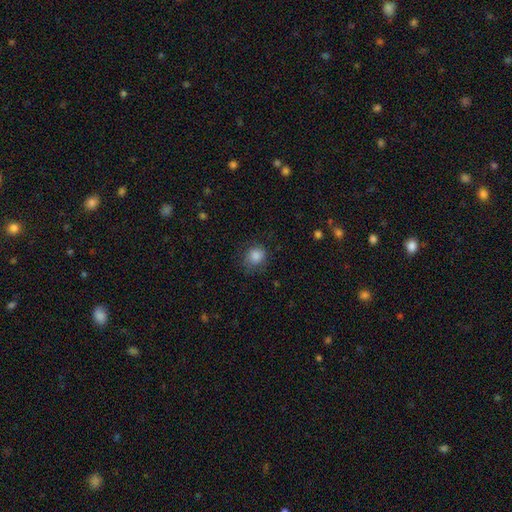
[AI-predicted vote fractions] A smooth galaxy with no disk features (85%) that is round (70%). Merging: none (70%).